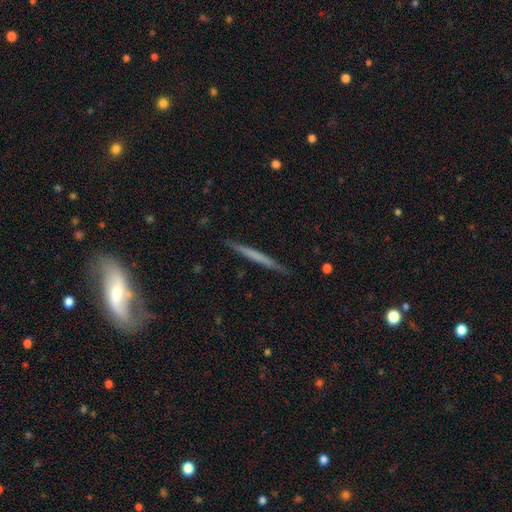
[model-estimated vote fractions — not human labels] A smooth galaxy with no disk features (50%) that is cigar-shaped (97%). Merging: none (90%).